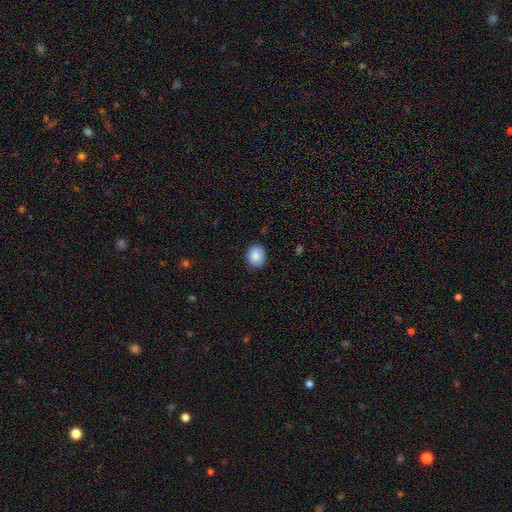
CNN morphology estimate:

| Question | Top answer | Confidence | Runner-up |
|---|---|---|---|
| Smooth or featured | smooth | 88% | star or artifact (8%) |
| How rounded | round | 61% | in between (38%) |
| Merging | none | 86% | minor disturbance (10%) |